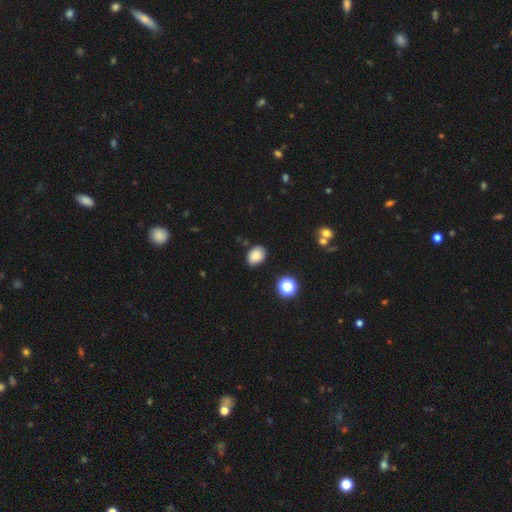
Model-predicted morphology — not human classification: Smooth or featured: smooth — 82% (star or artifact — 11%)
How rounded: in between — 74% (round — 25%)
Merging: none — 81% (minor disturbance — 14%)